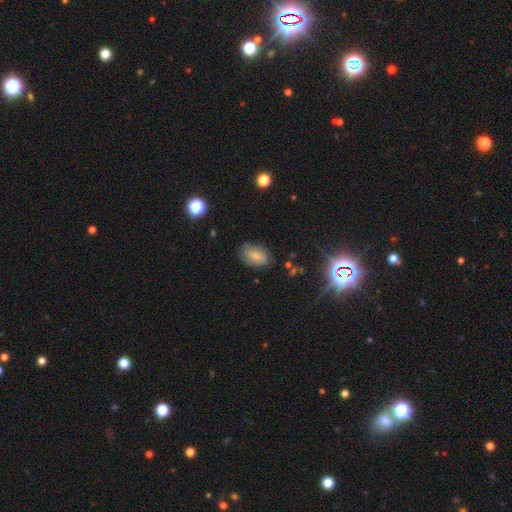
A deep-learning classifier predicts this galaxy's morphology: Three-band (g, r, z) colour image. It shows a smooth galaxy with no disk features (76%) that is in between round and cigar-shaped (89%). Merging: none (73%).